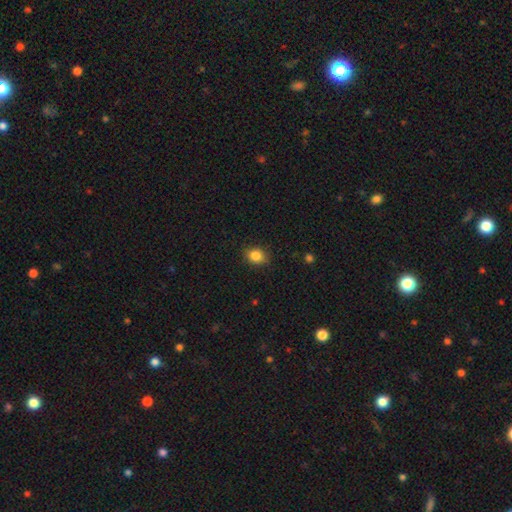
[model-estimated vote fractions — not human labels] Smooth or featured? Predicted: smooth (p=0.85). How rounded? Predicted: round (p=0.55). Merging? Predicted: none (p=0.84).